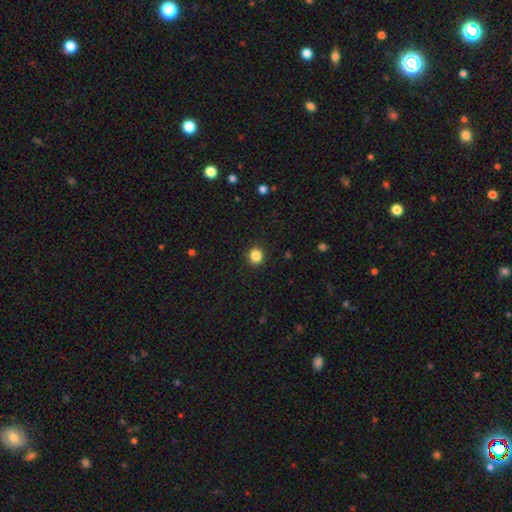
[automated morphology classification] Q: Smooth or featured?
A: smooth (86%); runner-up: star or artifact (11%)
Q: How rounded?
A: round (82%); runner-up: in between (17%)
Q: Merging?
A: none (91%); runner-up: minor disturbance (6%)